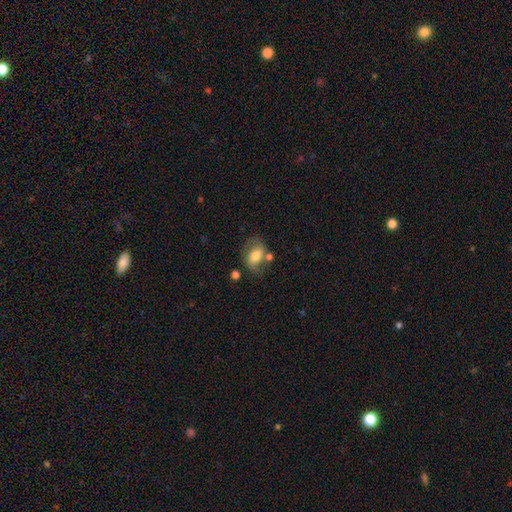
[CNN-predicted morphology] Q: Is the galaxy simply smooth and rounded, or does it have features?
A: smooth — 63%.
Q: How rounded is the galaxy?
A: in between — 78%.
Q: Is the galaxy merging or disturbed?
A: none — 56%.